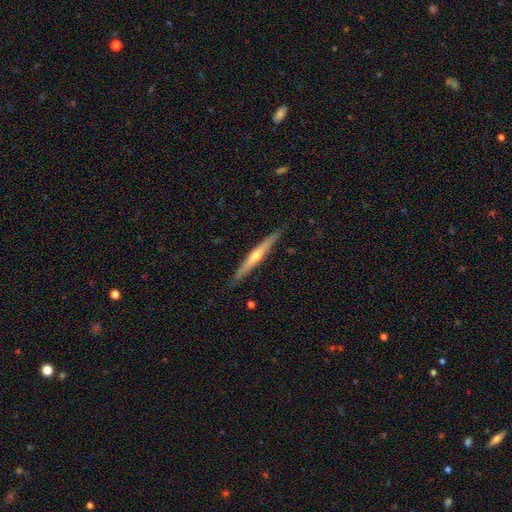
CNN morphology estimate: smooth_or_featured: featured or disk (p=0.70) [alt: smooth p=0.24]
disk_edge_on: yes (p=0.97) [alt: no p=0.03]
edge_on_bulge: rounded (p=0.82) [alt: none p=0.15]
merging: none (p=0.89) [alt: minor disturbance p=0.09]